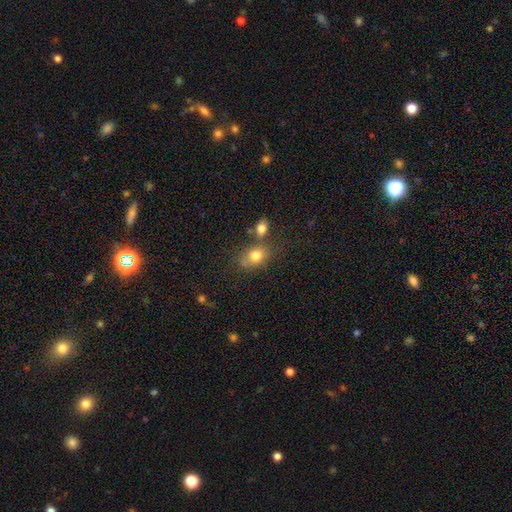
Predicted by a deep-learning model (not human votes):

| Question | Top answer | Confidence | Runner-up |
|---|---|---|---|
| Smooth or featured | smooth | 79% | featured or disk (11%) |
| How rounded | in between | 71% | round (28%) |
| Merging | none | 55% | merger (23%) |